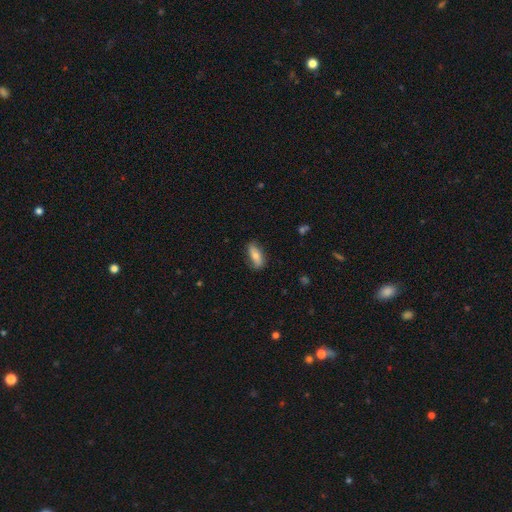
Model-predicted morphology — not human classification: smooth-or-featured: smooth: 70% | featured or disk: 23% | star or artifact: 7%
  how-rounded: in between: 71% | cigar-shaped: 26% | round: 3%
  merging: none: 76% | minor disturbance: 19% | major disturbance: 4% | merger: 1%